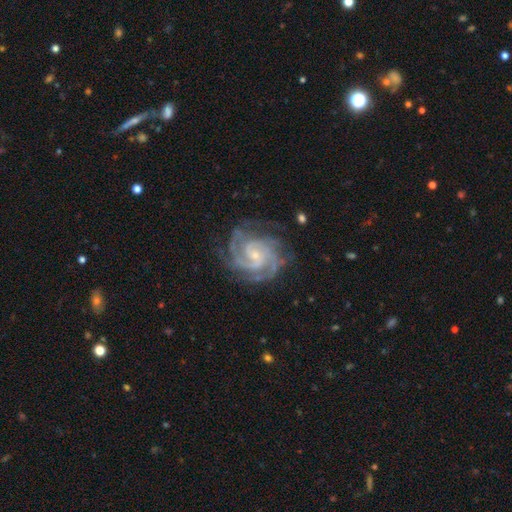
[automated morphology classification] This is clearly a featured or disk galaxy (93%). It is clearly not viewed edge-on (98%). Bar: likely no (62%). Spiral arm pattern: clearly yes (99%). Spiral arm count: marginally 3 (34%). Spiral winding: likely tight (65%). Central bulge: likely small (76%). Merging: likely none (73%).